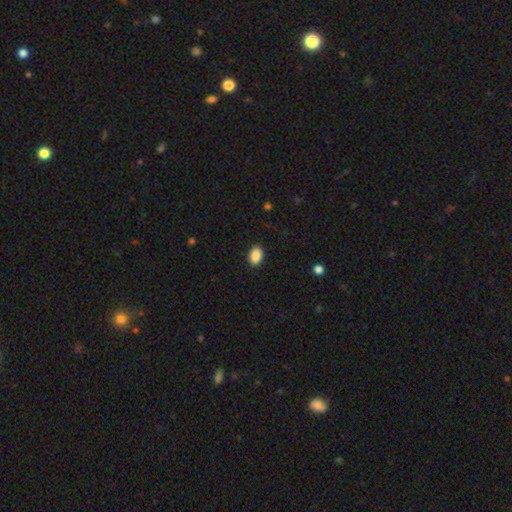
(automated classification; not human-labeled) This appears to be a smooth galaxy with no disk features (89%) that is in between round and cigar-shaped (85%). Merging: none (90%).